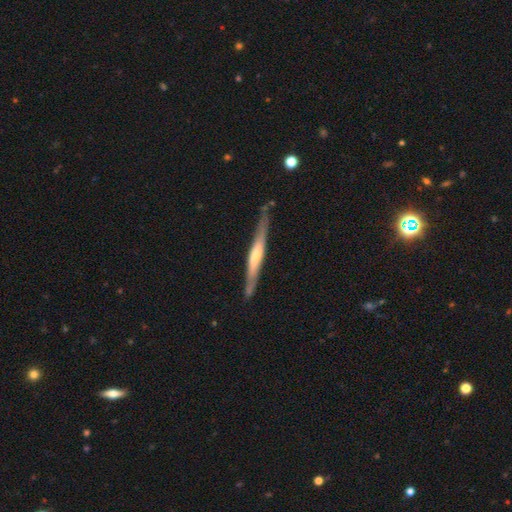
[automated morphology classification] A featured or disk galaxy (57%) viewed edge-on (94%) with a rounded central bulge (41%). Merging: none (78%).